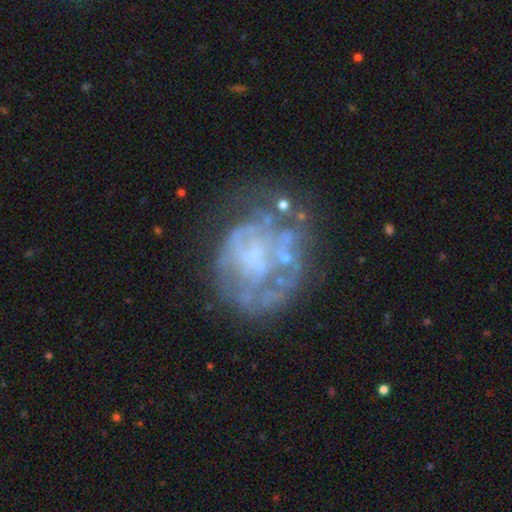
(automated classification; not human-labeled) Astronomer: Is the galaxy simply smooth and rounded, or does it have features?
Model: featured or disk — 70%.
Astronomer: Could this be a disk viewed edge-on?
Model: no — 98%.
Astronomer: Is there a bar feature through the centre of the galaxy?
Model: no — 84%.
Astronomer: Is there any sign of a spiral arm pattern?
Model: no — 77%.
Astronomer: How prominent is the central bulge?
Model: none — 61%.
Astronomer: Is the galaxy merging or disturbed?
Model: none — 46% (runner-up: major disturbance, 26%).